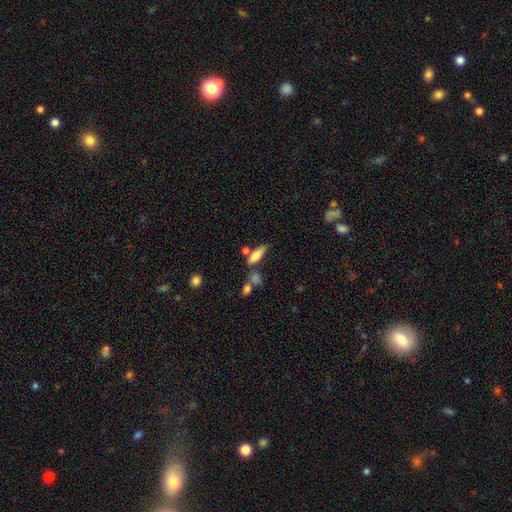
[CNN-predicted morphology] A smooth galaxy with no disk features (71%) that is in between round and cigar-shaped (50%).

Vote fractions:
- Smooth or featured? smooth: 71% / featured or disk: 20% / star or artifact: 9%
- How rounded? in between: 50% / cigar-shaped: 47% / round: 3%
- Merging? none: 50% / merger: 24% / minor disturbance: 18% / major disturbance: 8%